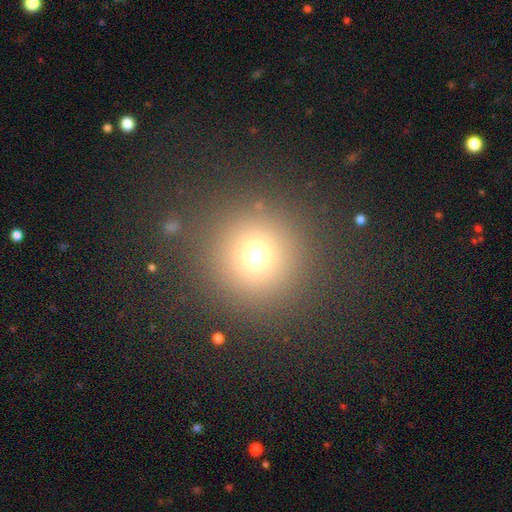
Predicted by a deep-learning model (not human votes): This appears to be a smooth galaxy with no disk features (68%) that is round (95%). Merging: none (87%).